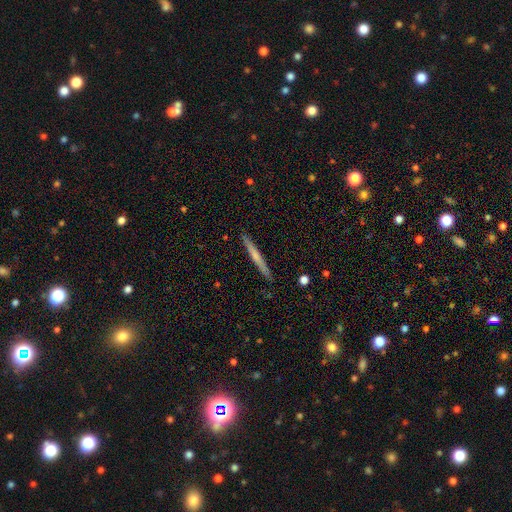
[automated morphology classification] featured or disk 48%, smooth 46%, star or artifact 6%. Down the decision tree: merging — none (91%).